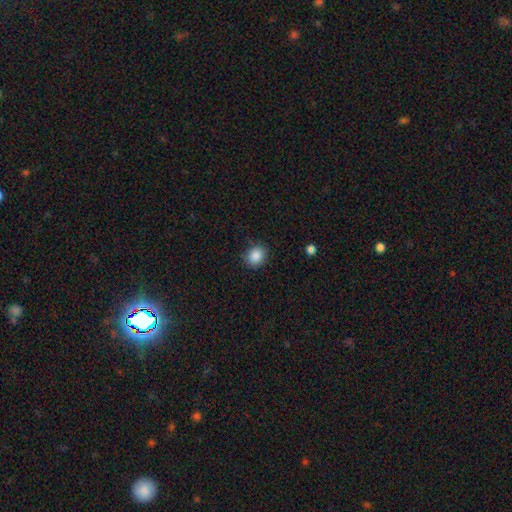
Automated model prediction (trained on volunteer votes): Smooth or featured? smooth (87%)
How rounded? round (71%)
Merging? none (85%)